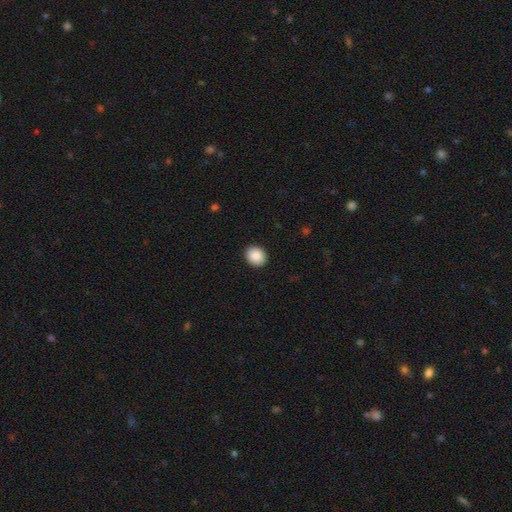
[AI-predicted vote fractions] smooth-or-featured: smooth: 89% | star or artifact: 8% | featured or disk: 3%
  how-rounded: round: 62% | in between: 37% | cigar-shaped: 1%
  merging: none: 91% | minor disturbance: 6% | major disturbance: 2% | merger: 1%